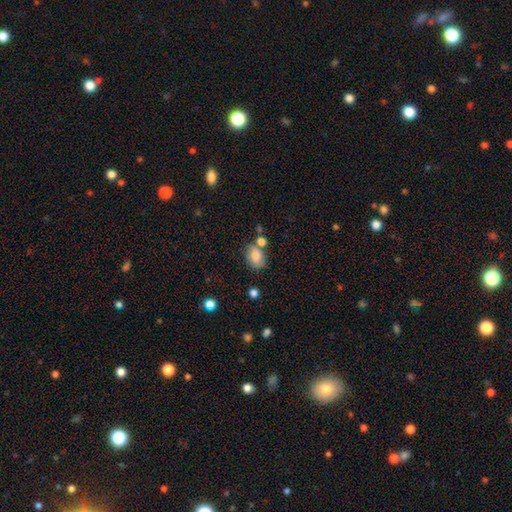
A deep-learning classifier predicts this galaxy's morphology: smooth-or-featured: smooth: 76% | featured or disk: 15% | star or artifact: 9%
  how-rounded: in between: 74% | round: 25% | cigar-shaped: 1%
  merging: none: 58% | minor disturbance: 21% | merger: 16% | major disturbance: 6%